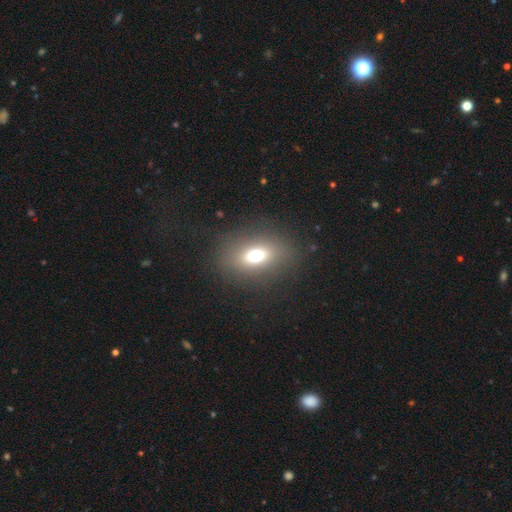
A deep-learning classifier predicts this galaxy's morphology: Smooth or featured? Predicted: smooth (p=0.65). How rounded? Predicted: in between (p=0.65). Merging? Predicted: none (p=0.83).